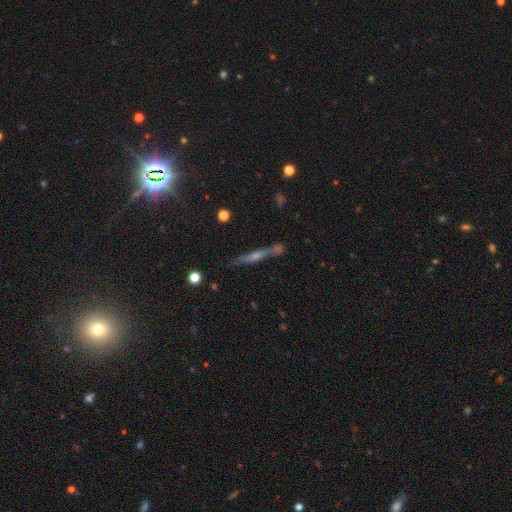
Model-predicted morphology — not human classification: Smooth or featured? featured or disk (63%)
Edge-on disk? yes (93%)
Edge-on bulge? rounded (67%)
Merging? none (76%)